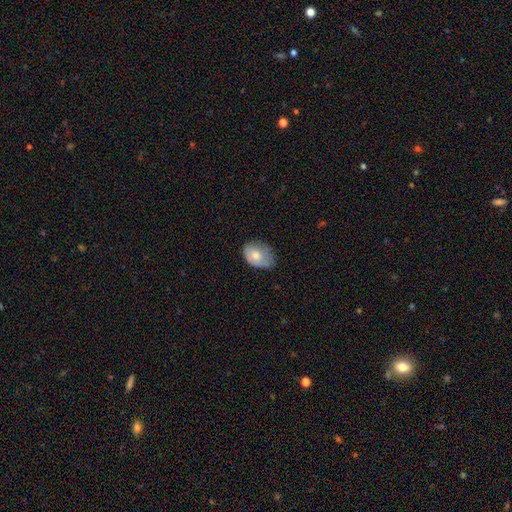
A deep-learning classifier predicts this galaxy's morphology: This is likely a smooth galaxy (71%). How rounded: likely in between (79%). Merging: possibly none (50%).